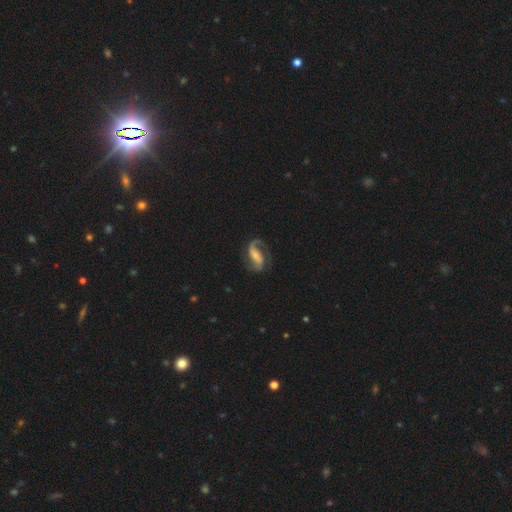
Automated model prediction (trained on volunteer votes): A featured or disk galaxy (83%) with a strong bar (39%), 2 (73%) medium (47%) spiral arms (96%) and a small central bulge (39%). Merging: none (65%).